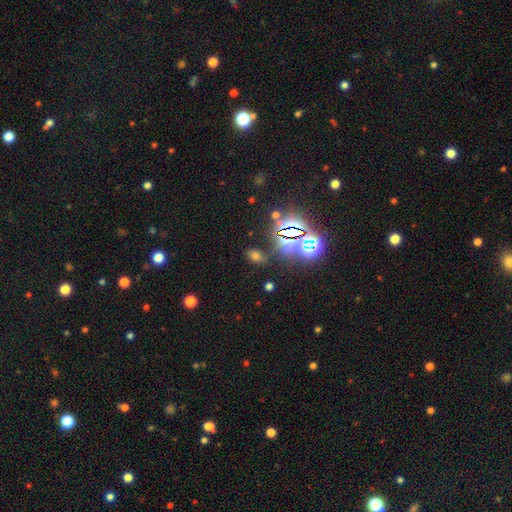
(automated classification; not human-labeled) Q: Smooth or featured?
A: smooth (49%); runner-up: star or artifact (42%)
Q: Merging?
A: none (74%); runner-up: minor disturbance (14%)